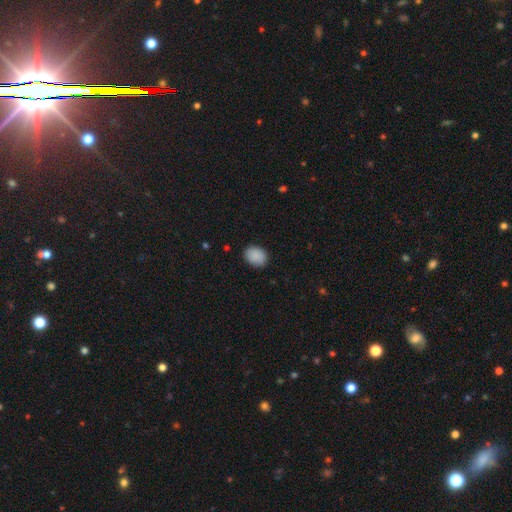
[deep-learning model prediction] Smooth or featured? Predicted: smooth (p=0.89). How rounded? Predicted: in between (p=0.58). Merging? Predicted: none (p=0.88).